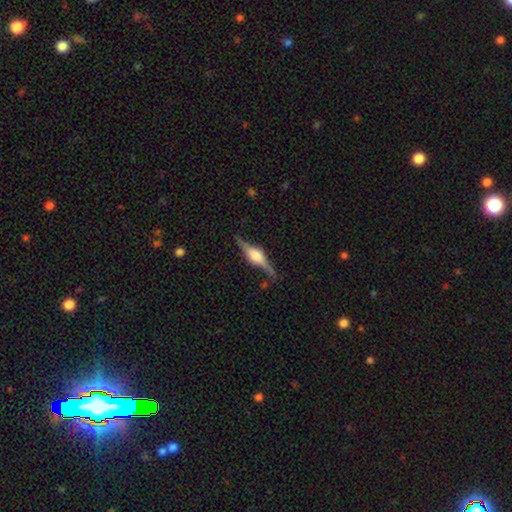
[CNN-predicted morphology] A featured or disk galaxy (81%) viewed edge-on (98%) with a rounded central bulge (87%).

Vote fractions:
- Smooth or featured? featured or disk: 81% / smooth: 13% / star or artifact: 6%
- Edge-on disk? yes: 98% / no: 2%
- Edge-on bulge? rounded: 87% / boxy: 11% / none: 2%
- Merging? none: 86% / minor disturbance: 10% / major disturbance: 2% / merger: 2%